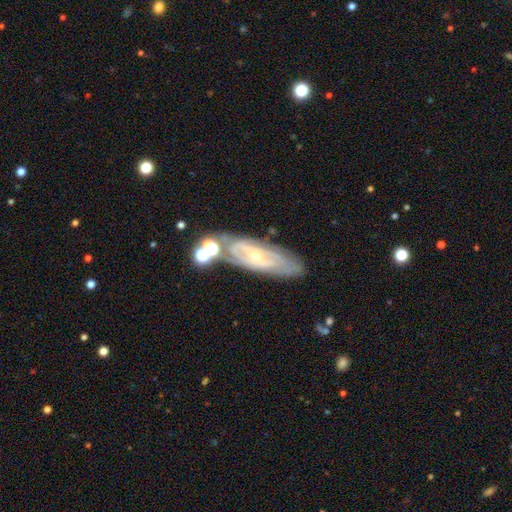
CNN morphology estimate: Q: Smooth or featured?
A: featured or disk (79%); runner-up: smooth (13%)
Q: Edge-on disk?
A: no (85%); runner-up: yes (15%)
Q: Bar?
A: no (55%); runner-up: weak (30%)
Q: Spiral arms?
A: yes (83%); runner-up: no (17%)
Q: Spiral winding?
A: tight (65%); runner-up: medium (27%)
Q: Spiral arm count?
A: can't tell (46%); runner-up: 2 (33%)
Q: Bulge size?
A: small (74%); runner-up: moderate (23%)
Q: Merging?
A: none (67%); runner-up: minor disturbance (18%)